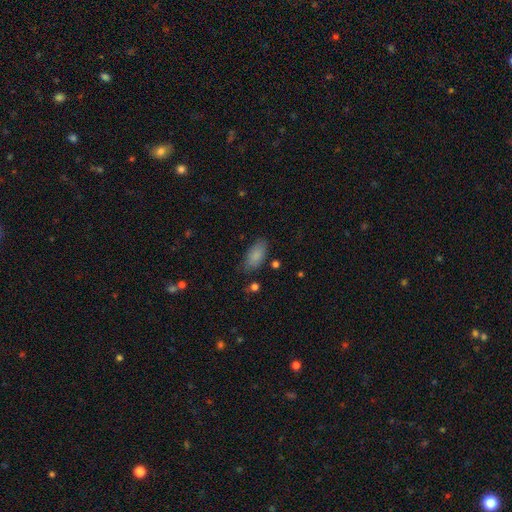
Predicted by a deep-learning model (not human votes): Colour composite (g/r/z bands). It shows a smooth galaxy with no disk features (86%) that is in between round and cigar-shaped (91%). Merging: none (75%).